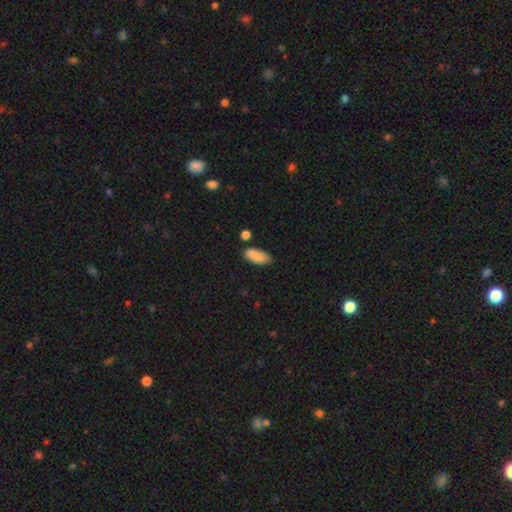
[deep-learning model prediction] Smooth or featured? Predicted: smooth (p=0.88). How rounded? Predicted: in between (p=0.87). Merging? Predicted: none (p=0.71).